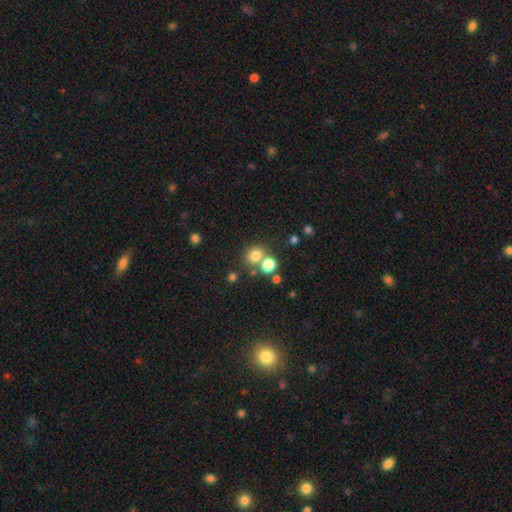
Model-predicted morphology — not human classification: Overall: smooth (76%). How rounded: round (79%). Merging: none (60%; merger 28%).